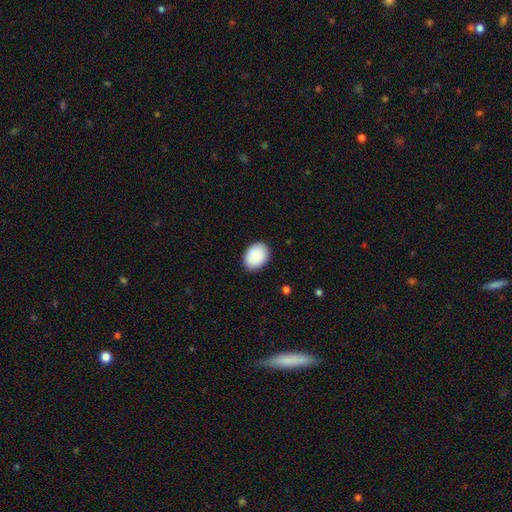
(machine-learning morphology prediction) A smooth galaxy with no disk features (89%) that is in between round and cigar-shaped (72%). Merging: none (88%).